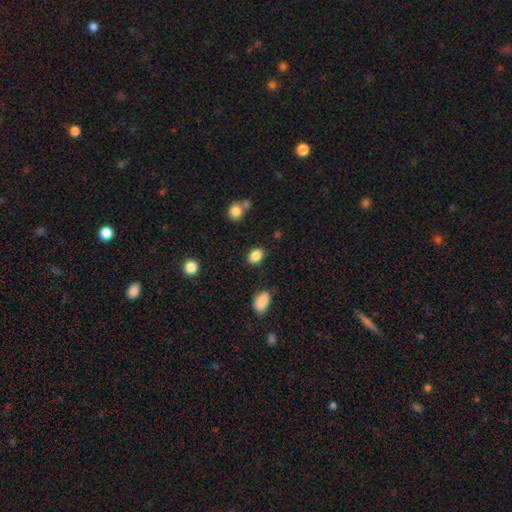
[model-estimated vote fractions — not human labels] A smooth galaxy with no disk features (86%) that is in between round and cigar-shaped (72%). Merging: none (84%).